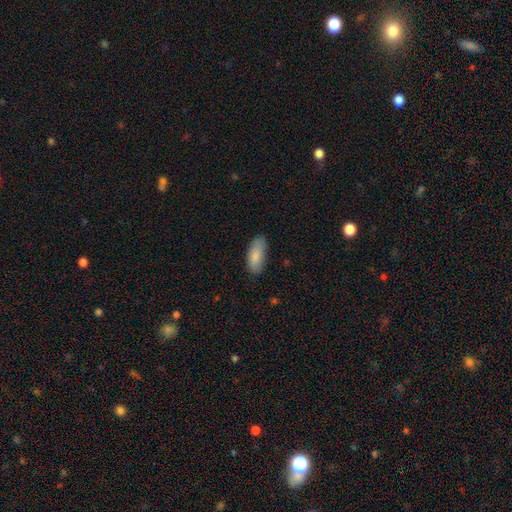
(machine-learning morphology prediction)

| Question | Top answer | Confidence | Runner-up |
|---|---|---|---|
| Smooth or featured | smooth | 86% | featured or disk (8%) |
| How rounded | in between | 84% | cigar-shaped (14%) |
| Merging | none | 82% | minor disturbance (15%) |